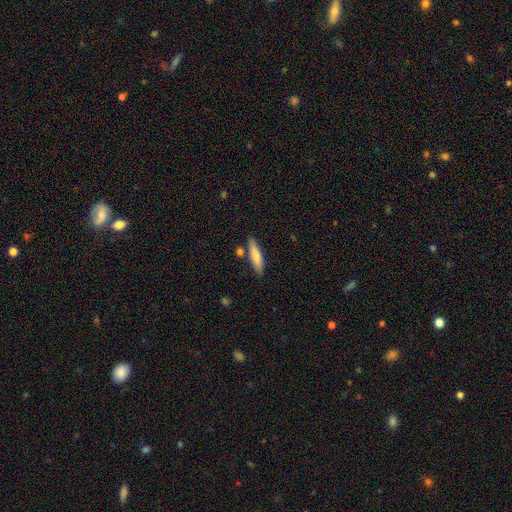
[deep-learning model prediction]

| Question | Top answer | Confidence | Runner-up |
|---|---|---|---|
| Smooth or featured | smooth | 74% | featured or disk (20%) |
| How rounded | cigar-shaped | 79% | in between (19%) |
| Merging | none | 80% | minor disturbance (11%) |